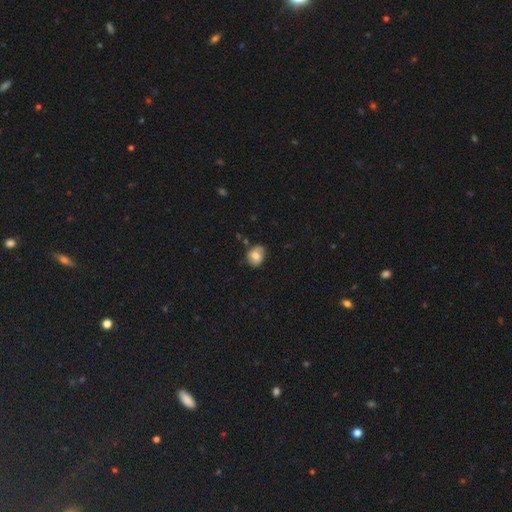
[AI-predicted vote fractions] This appears to be a smooth galaxy with no disk features (68%) that is round (53%). Merging: none (69%).